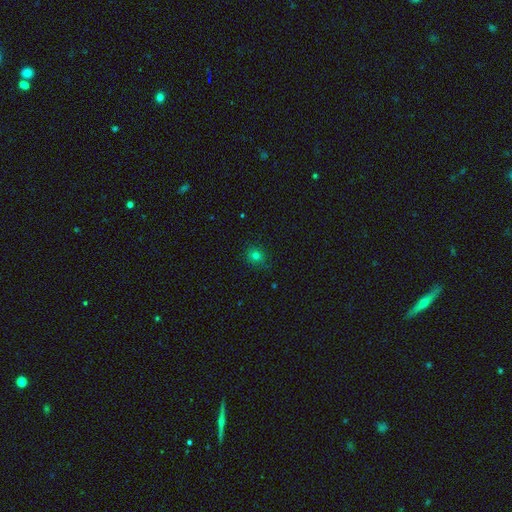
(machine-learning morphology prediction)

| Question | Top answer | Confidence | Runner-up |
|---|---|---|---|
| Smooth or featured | smooth | 74% | star or artifact (19%) |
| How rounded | round | 81% | in between (18%) |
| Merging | none | 81% | minor disturbance (14%) |